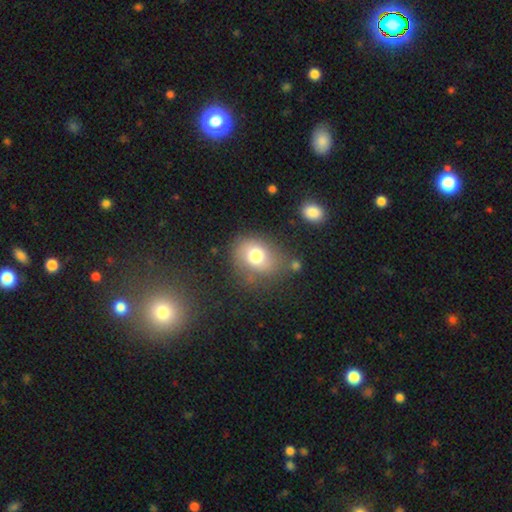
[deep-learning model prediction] The model was most divided on "how rounded": in between: 51%, round: 48%, cigar-shaped: 1%. More confident: smooth or featured — smooth (74%); merging — none (62%).